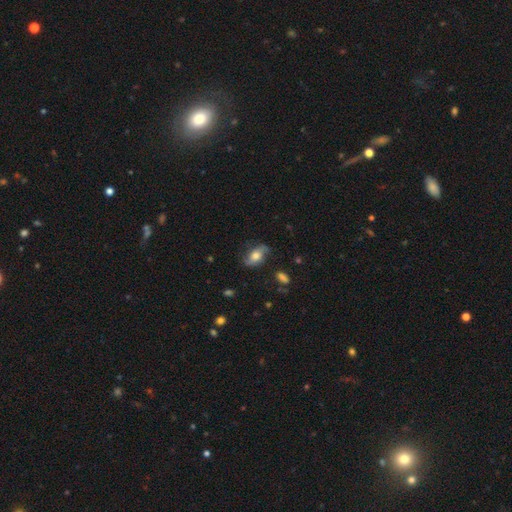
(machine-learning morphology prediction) Q: Smooth or featured?
A: featured or disk (51%); runner-up: smooth (41%)
Q: Edge-on disk?
A: no (87%); runner-up: yes (13%)
Q: Merging?
A: none (68%); runner-up: minor disturbance (22%)